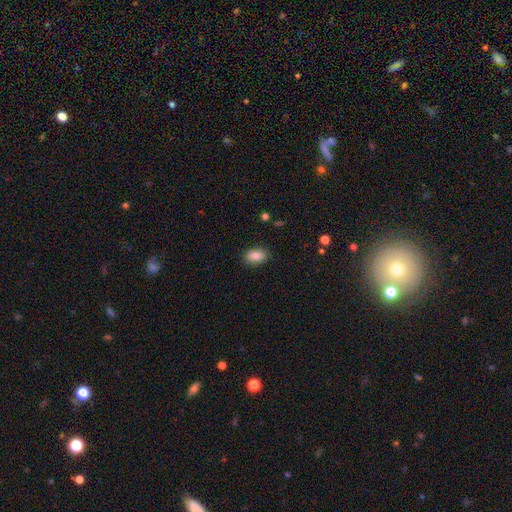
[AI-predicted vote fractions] smooth_or_featured: smooth (p=0.87) [alt: star or artifact p=0.08]
how_rounded: in between (p=0.87) [alt: round p=0.12]
merging: none (p=0.87) [alt: minor disturbance p=0.10]